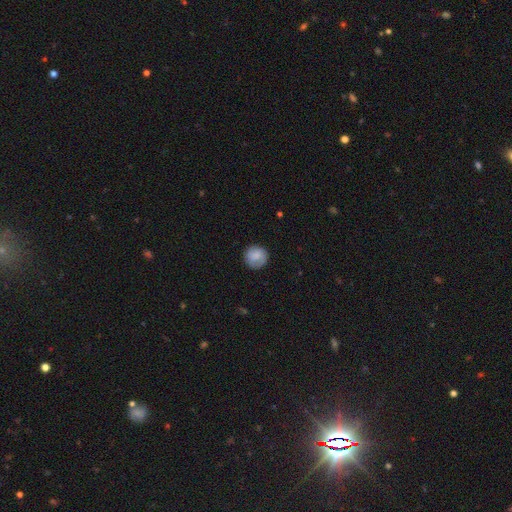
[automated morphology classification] type=smooth (78%); roundness=round (91%); merging=none (78%).